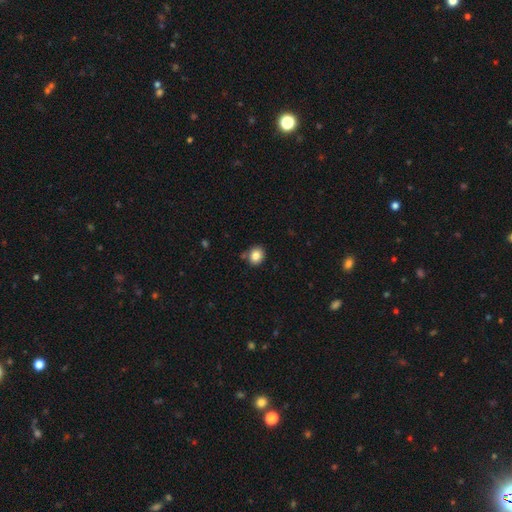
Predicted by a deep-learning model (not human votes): Smooth or featured?
  - smooth: 85% *
  - star or artifact: 10%
  - featured or disk: 6%
How rounded?
  - round: 69% *
  - in between: 30%
  - cigar-shaped: 1%
Merging?
  - none: 78% *
  - minor disturbance: 12%
  - merger: 7%
  - major disturbance: 3%